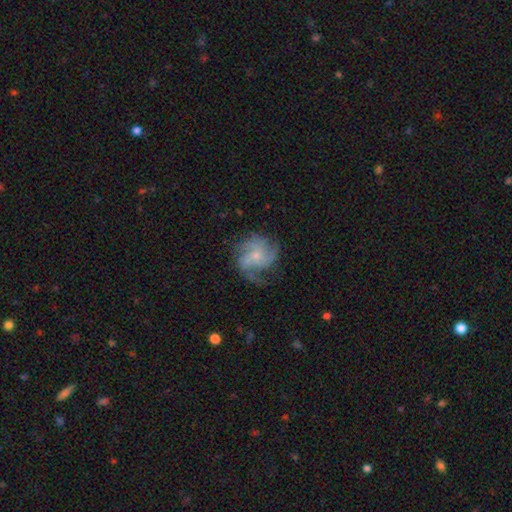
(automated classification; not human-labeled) smooth_or_featured: featured or disk (p=0.77) [alt: smooth p=0.15]
disk_edge_on: no (p=0.98) [alt: yes p=0.02]
bar: no (p=0.73) [alt: weak p=0.23]
has_spiral_arms: yes (p=0.93) [alt: no p=0.07]
spiral_winding: medium (p=0.48) [alt: tight p=0.27]
spiral_arm_count: 3 (p=0.38) [alt: can't tell p=0.19]
bulge_size: small (p=0.67) [alt: moderate p=0.25]
merging: none (p=0.60) [alt: minor disturbance p=0.21]